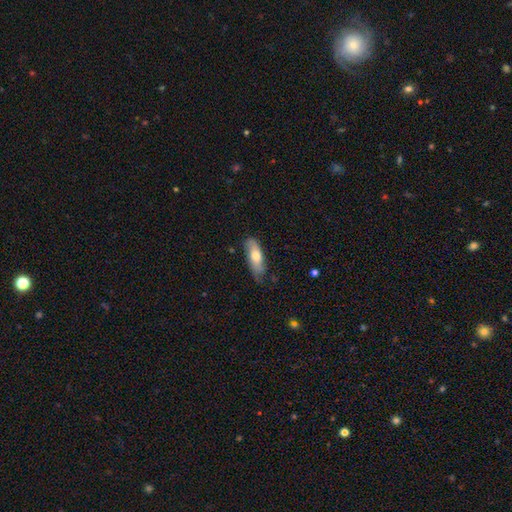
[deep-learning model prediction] A smooth galaxy with no disk features (67%) that is in between round and cigar-shaped (63%). Merging: none (63%).